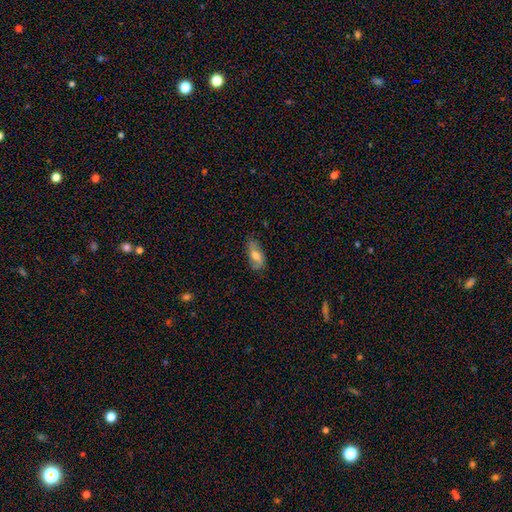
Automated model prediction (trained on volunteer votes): Smooth or featured: smooth — 57% (featured or disk — 36%)
How rounded: in between — 87% (cigar-shaped — 9%)
Merging: none — 72% (minor disturbance — 22%)